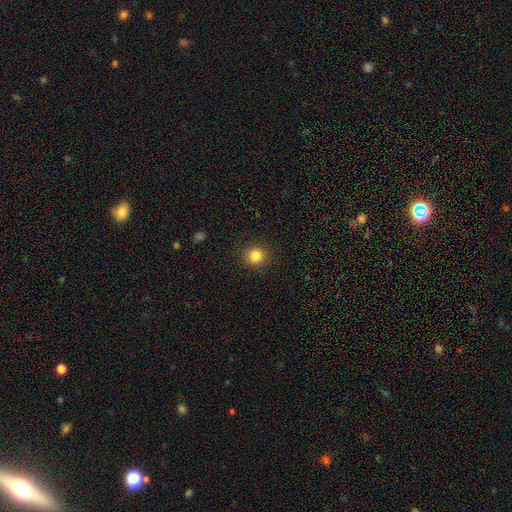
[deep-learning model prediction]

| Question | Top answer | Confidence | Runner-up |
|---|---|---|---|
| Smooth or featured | smooth | 83% | star or artifact (11%) |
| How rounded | round | 91% | in between (9%) |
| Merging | none | 91% | minor disturbance (6%) |